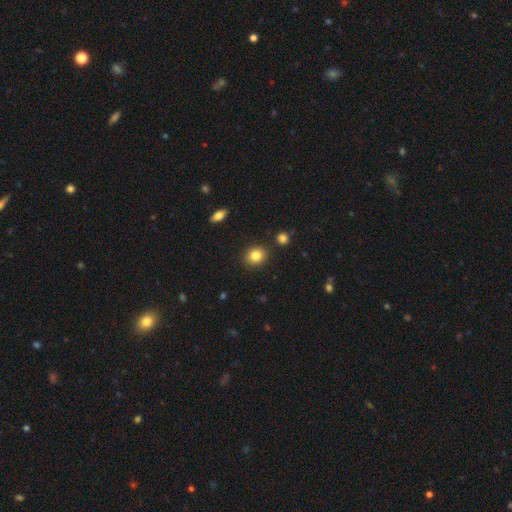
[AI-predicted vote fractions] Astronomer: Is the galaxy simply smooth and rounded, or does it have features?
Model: smooth — 84%.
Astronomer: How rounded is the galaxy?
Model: round — 64%.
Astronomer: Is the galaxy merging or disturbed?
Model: none — 87%.